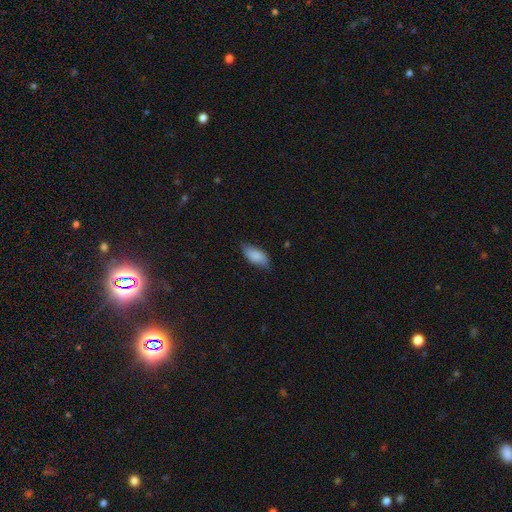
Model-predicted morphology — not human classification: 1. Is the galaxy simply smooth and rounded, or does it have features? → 85% smooth, 9% featured or disk, 6% star or artifact.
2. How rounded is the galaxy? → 89% in between, 9% cigar-shaped, 2% round.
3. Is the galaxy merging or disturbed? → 75% none, 21% minor disturbance, 3% major disturbance, 1% merger.